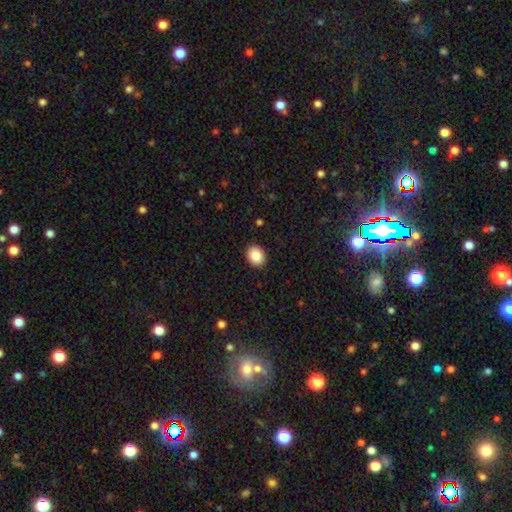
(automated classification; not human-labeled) Q: Smooth or featured?
A: smooth (87%); runner-up: star or artifact (8%)
Q: How rounded?
A: in between (54%); runner-up: round (45%)
Q: Merging?
A: none (91%); runner-up: minor disturbance (6%)